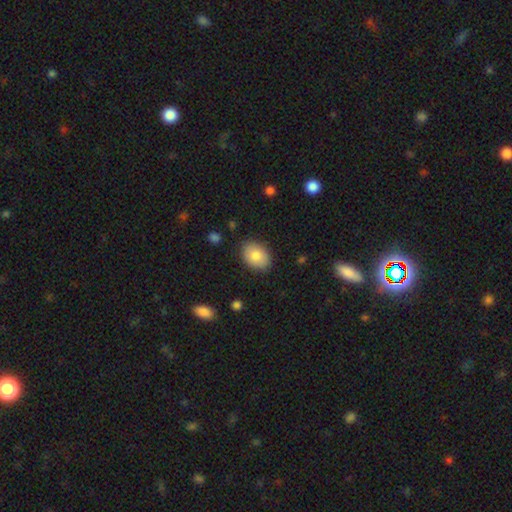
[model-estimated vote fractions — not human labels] Overall: smooth (82%). How rounded: in between (80%). Merging: none (85%).